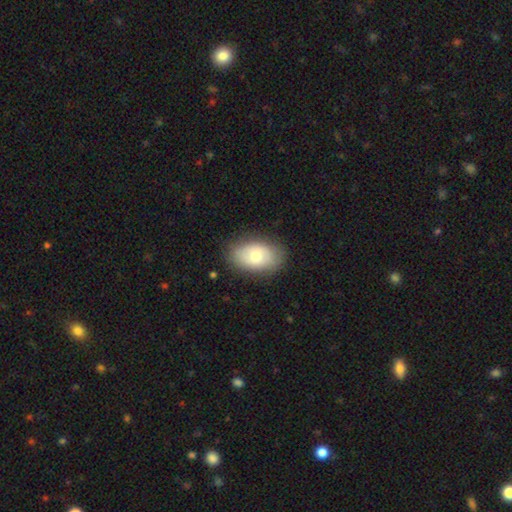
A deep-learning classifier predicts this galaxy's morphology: Overall: smooth (69%). How rounded: in between (89%). Merging: none (80%).